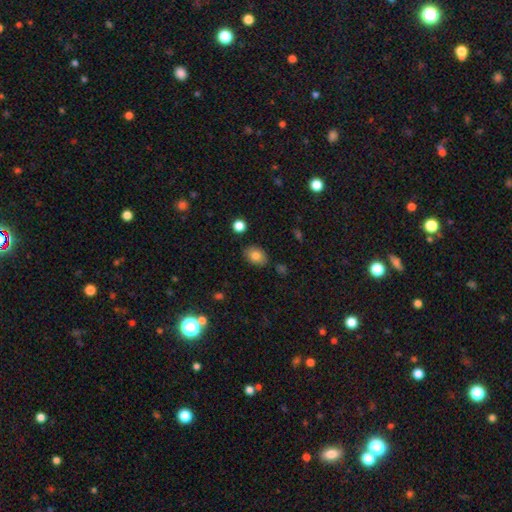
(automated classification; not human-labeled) Overall: smooth (82%). How rounded: in between (75%). Merging: none (82%).